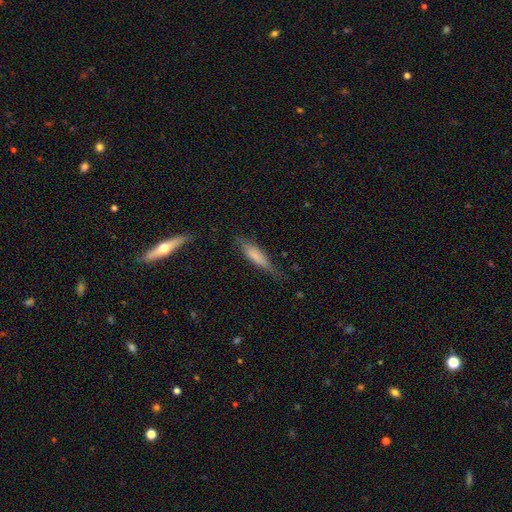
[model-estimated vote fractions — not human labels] This is likely a smooth galaxy (65%). How rounded: likely cigar-shaped (77%). Merging: likely none (63%).